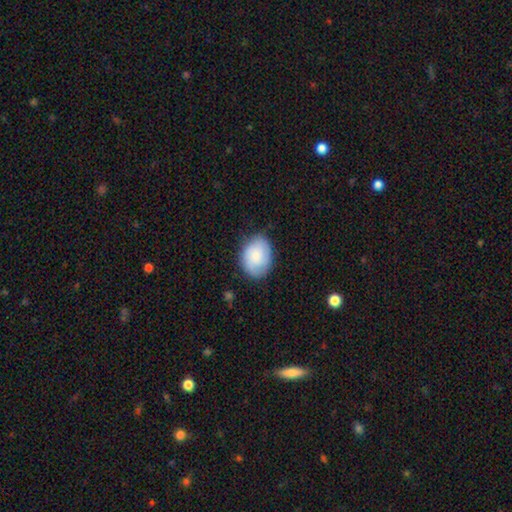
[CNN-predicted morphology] A smooth galaxy with no disk features (75%) that is in between round and cigar-shaped (66%). Merging: none (75%).